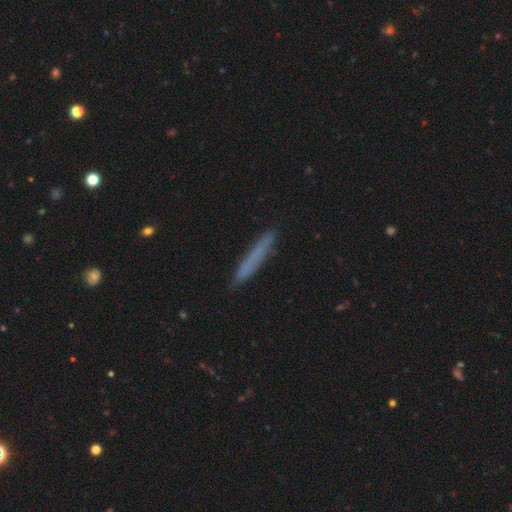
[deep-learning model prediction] Q: Smooth or featured?
A: smooth (70%); runner-up: featured or disk (23%)
Q: How rounded?
A: cigar-shaped (95%); runner-up: in between (3%)
Q: Merging?
A: none (89%); runner-up: minor disturbance (8%)